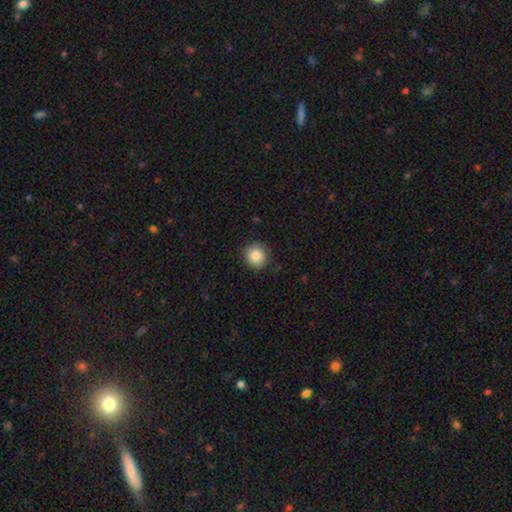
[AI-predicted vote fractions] A smooth galaxy with no disk features (85%) that is round (90%).

Vote fractions:
- Smooth or featured? smooth: 85% / star or artifact: 9% / featured or disk: 6%
- How rounded? round: 90% / in between: 9% / cigar-shaped: 1%
- Merging? none: 90% / minor disturbance: 7% / major disturbance: 2% / merger: 1%